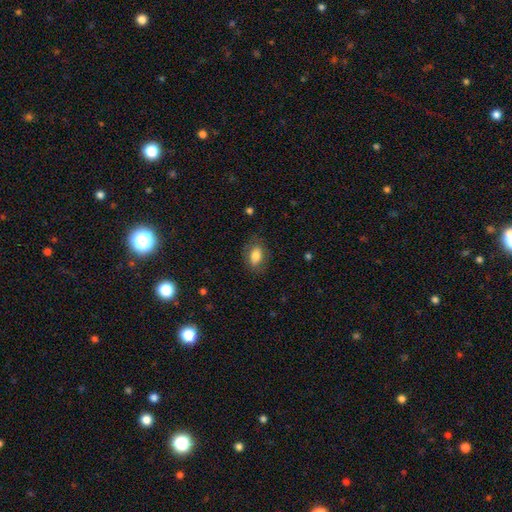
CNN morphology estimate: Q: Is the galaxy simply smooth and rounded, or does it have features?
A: smooth — 77%.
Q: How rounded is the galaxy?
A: in between — 87%.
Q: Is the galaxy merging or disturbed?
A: none — 76%.